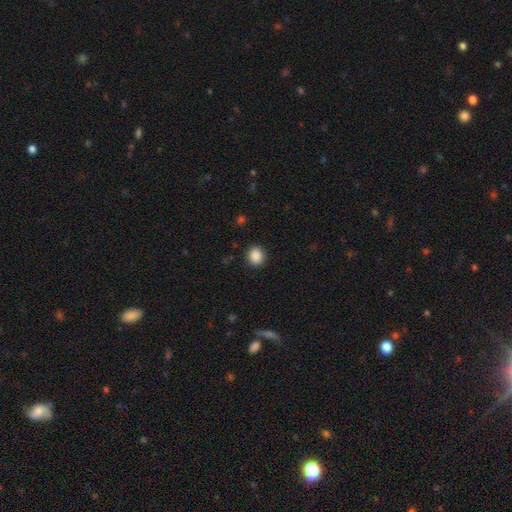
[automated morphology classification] smooth 88%, star or artifact 9%, featured or disk 3%. Down the decision tree: how rounded — round (75%); merging — none (90%).